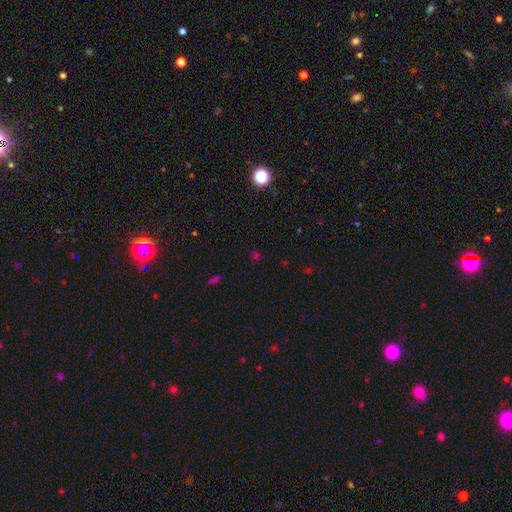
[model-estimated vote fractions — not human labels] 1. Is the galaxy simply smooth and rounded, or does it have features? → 54% star or artifact, 39% smooth, 7% featured or disk.